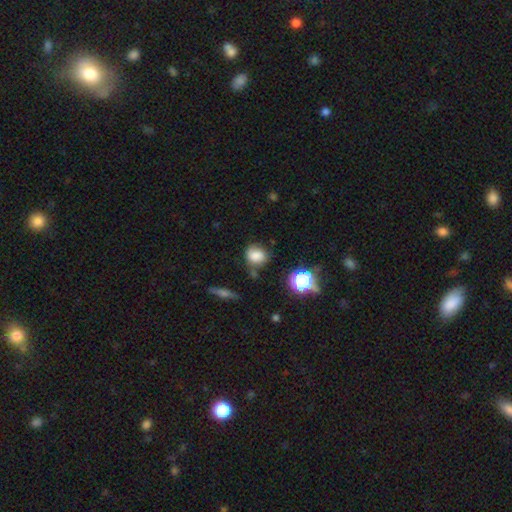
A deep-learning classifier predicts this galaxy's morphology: type=smooth (79%); roundness=round (62%); merging=none (67%).